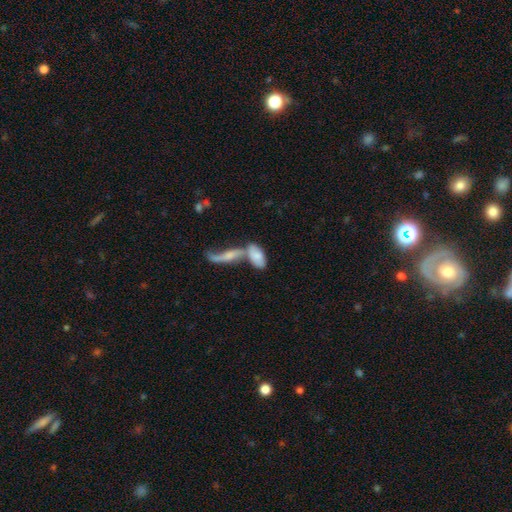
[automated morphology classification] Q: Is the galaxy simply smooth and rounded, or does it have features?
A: smooth — 70%.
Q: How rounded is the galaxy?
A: in between — 84%.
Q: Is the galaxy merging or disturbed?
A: merger — 57%.